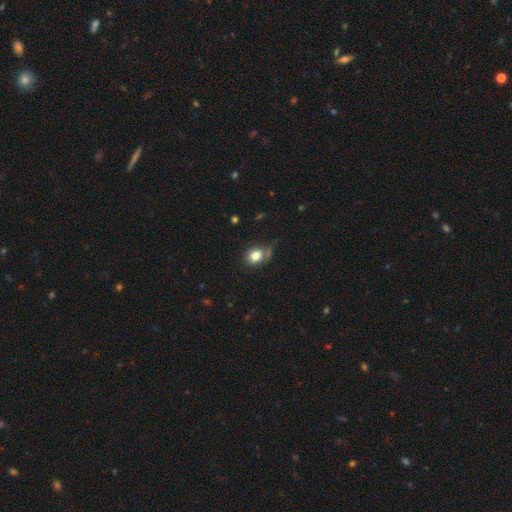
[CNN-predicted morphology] This is likely a smooth galaxy (79%). How rounded: possibly round (55%). Merging: possibly none (60%).